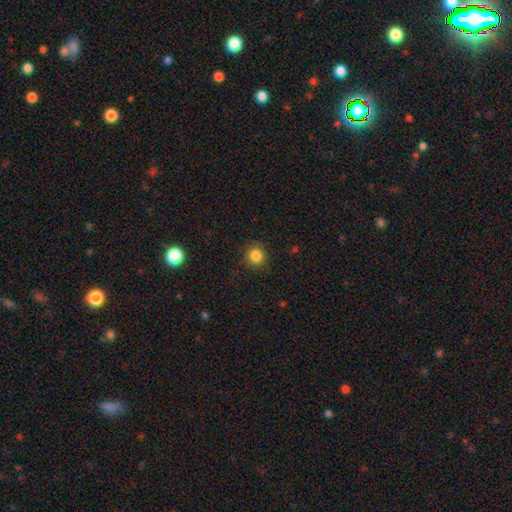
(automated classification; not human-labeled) Smooth or featured? smooth (84%)
How rounded? round (92%)
Merging? none (89%)